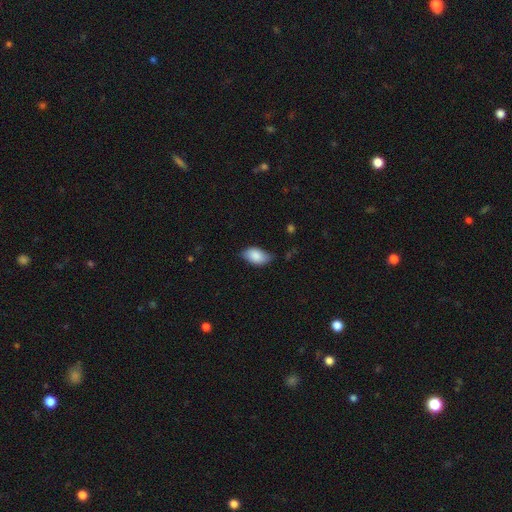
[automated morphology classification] smooth_or_featured: smooth (p=0.87) [alt: featured or disk p=0.07]
how_rounded: in between (p=0.92) [alt: round p=0.06]
merging: none (p=0.65) [alt: minor disturbance p=0.28]